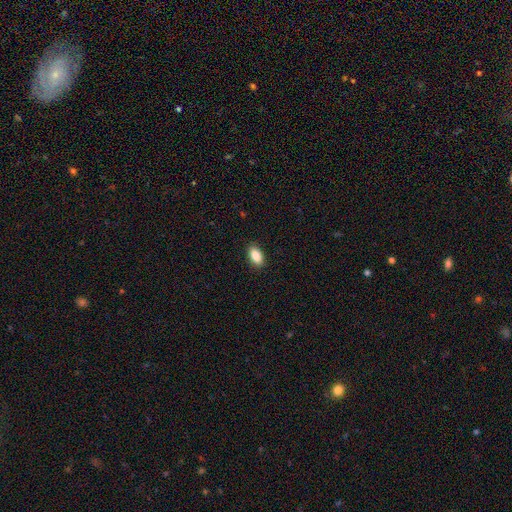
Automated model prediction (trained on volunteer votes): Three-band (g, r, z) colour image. It shows a smooth galaxy with no disk features (87%) that is in between round and cigar-shaped (91%). Merging: none (90%).